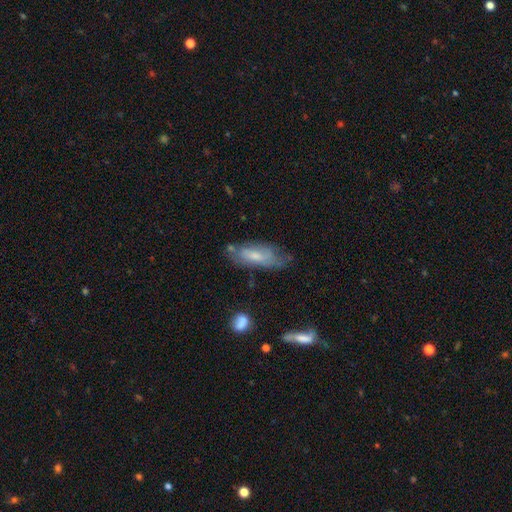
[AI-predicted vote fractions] A smooth galaxy with no disk features (58%) that is in between round and cigar-shaped (68%). Merging: none (58%).